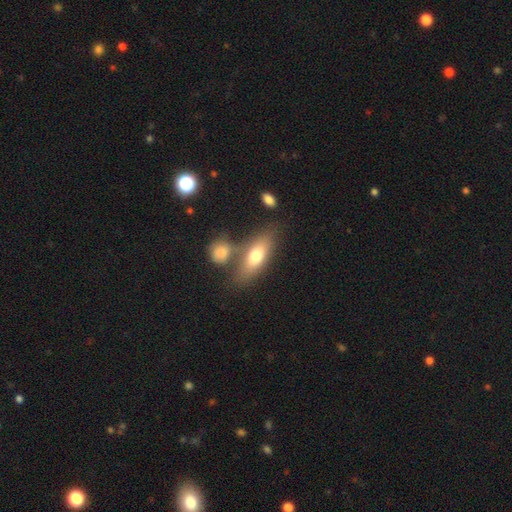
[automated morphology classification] A smooth galaxy with no disk features (71%) that is in between round and cigar-shaped (73%).

Vote fractions:
- Smooth or featured? smooth: 71% / featured or disk: 22% / star or artifact: 7%
- How rounded? in between: 73% / cigar-shaped: 23% / round: 4%
- Merging? none: 51% / merger: 29% / minor disturbance: 14% / major disturbance: 6%